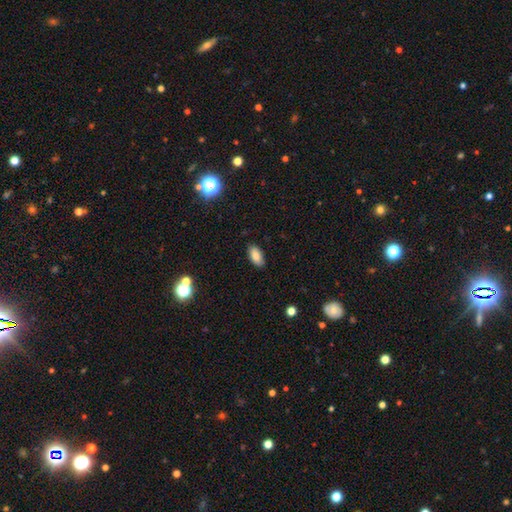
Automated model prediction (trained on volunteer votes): smooth 85%, star or artifact 9%, featured or disk 6%. Down the decision tree: how rounded — in between (91%); merging — none (88%).